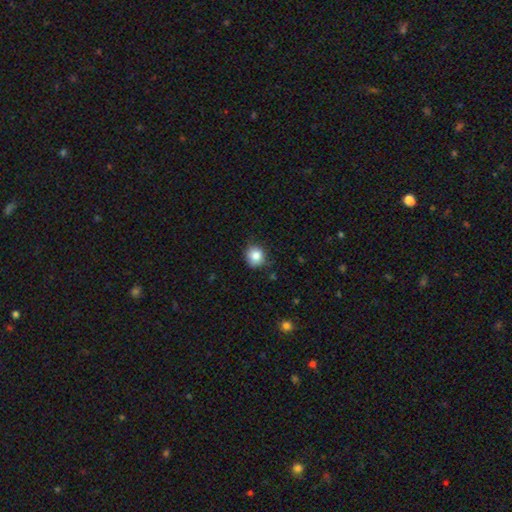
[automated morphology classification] type=smooth (84%); roundness=round (83%); merging=none (74%).